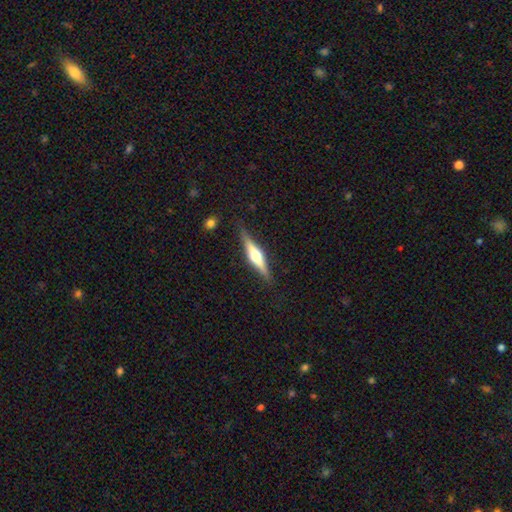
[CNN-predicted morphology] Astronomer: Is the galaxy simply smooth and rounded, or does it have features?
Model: featured or disk — 71%.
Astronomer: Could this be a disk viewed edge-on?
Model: yes — 97%.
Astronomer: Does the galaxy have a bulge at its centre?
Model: rounded — 93%.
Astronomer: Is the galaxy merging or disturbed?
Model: none — 87%.